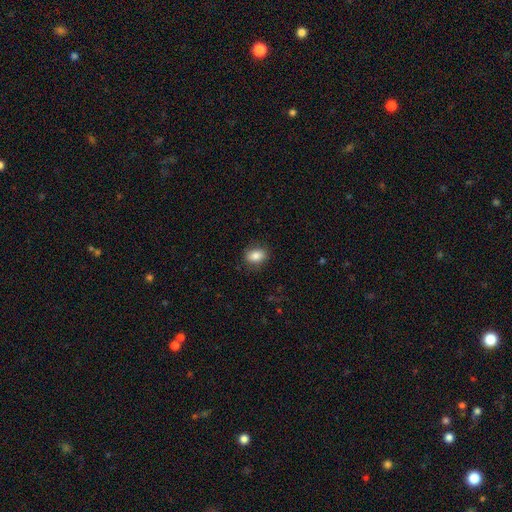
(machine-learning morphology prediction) Smooth or featured: smooth — 85% (star or artifact — 8%)
How rounded: in between — 77% (round — 21%)
Merging: none — 84% (minor disturbance — 12%)